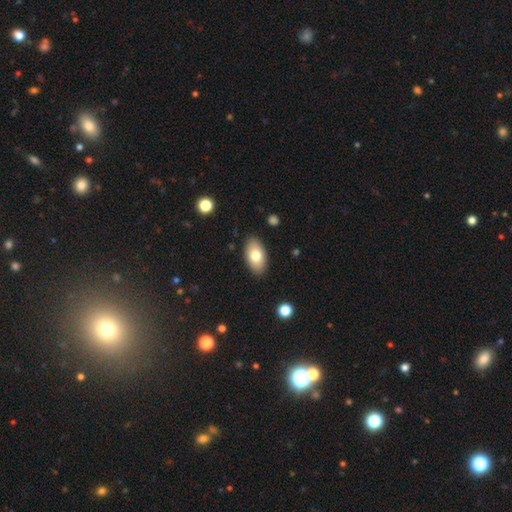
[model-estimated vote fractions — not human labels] Smooth or featured: smooth — 76% (featured or disk — 17%)
How rounded: in between — 94% (round — 4%)
Merging: none — 87% (minor disturbance — 9%)